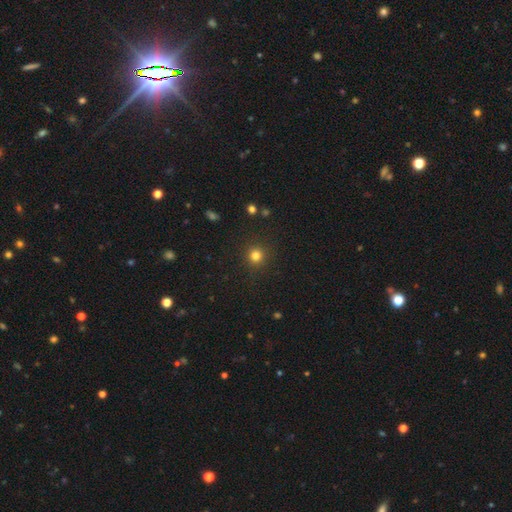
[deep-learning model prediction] Smooth or featured? smooth (80%)
How rounded? round (94%)
Merging? none (90%)